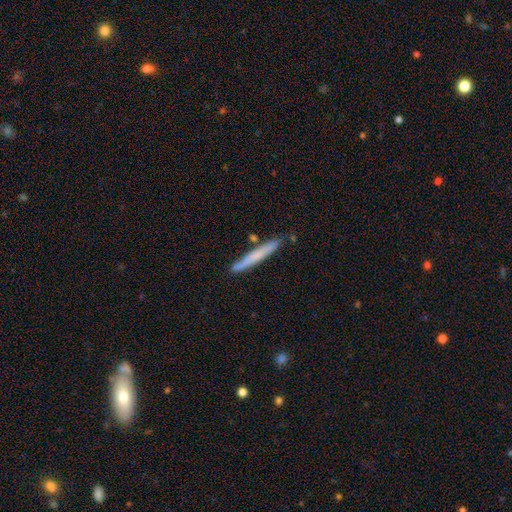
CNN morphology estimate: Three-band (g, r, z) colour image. It shows a smooth galaxy with no disk features (61%) that is cigar-shaped (96%). Merging: none (84%).